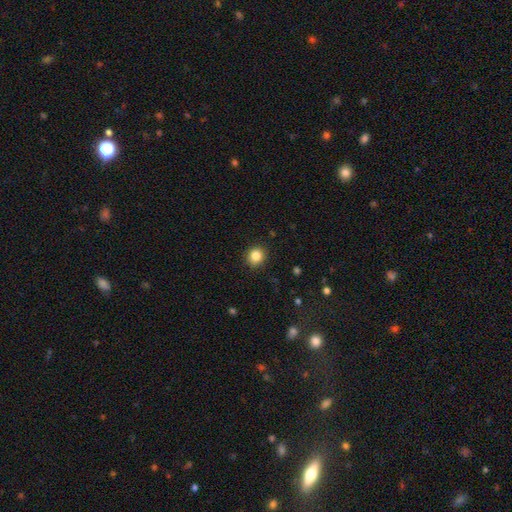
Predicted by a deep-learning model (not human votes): smooth_or_featured: smooth (p=0.84) [alt: star or artifact p=0.11]
how_rounded: round (p=0.84) [alt: in between p=0.15]
merging: none (p=0.89) [alt: minor disturbance p=0.08]